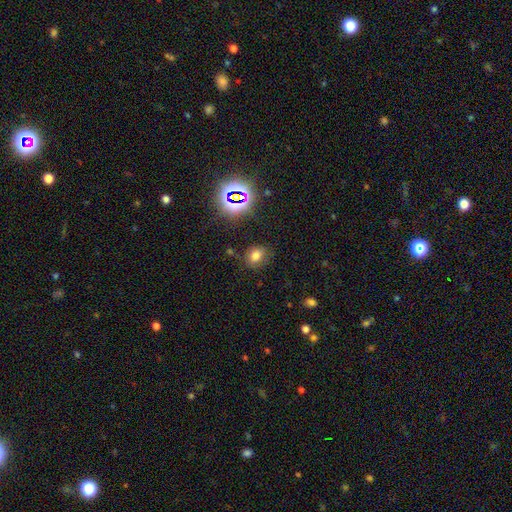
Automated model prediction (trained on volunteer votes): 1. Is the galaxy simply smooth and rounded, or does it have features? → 69% smooth, 21% star or artifact, 10% featured or disk.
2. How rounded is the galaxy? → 54% in between, 45% round, 1% cigar-shaped.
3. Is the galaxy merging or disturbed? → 76% none, 15% minor disturbance, 5% major disturbance, 3% merger.